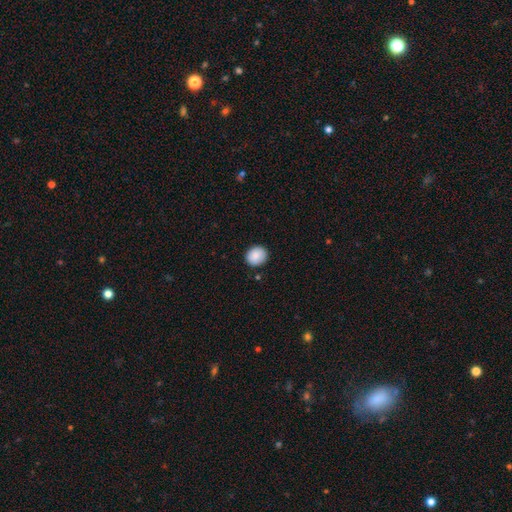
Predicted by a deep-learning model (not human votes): This is clearly a smooth galaxy (87%). How rounded: clearly round (82%). Merging: clearly none (88%).